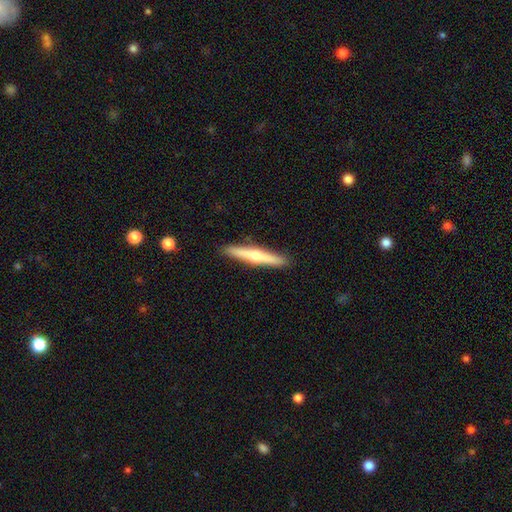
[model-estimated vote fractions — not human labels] Smooth or featured: featured or disk — 51% (smooth — 43%)
Edge-on disk: yes — 97% (no — 3%)
Merging: none — 92% (minor disturbance — 6%)